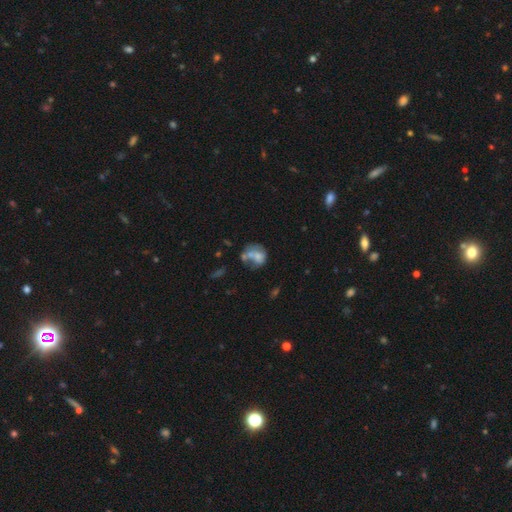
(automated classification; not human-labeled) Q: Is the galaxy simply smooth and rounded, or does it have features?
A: smooth — 53%.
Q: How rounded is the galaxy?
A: round — 53%.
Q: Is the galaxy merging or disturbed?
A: merger — 36%.